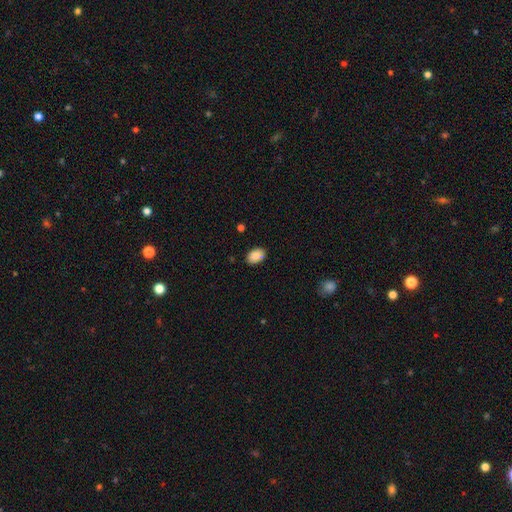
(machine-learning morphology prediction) smooth-or-featured: smooth: 88% | star or artifact: 7% | featured or disk: 5%
  how-rounded: in between: 89% | round: 10% | cigar-shaped: 1%
  merging: none: 86% | minor disturbance: 11% | major disturbance: 2% | merger: 1%